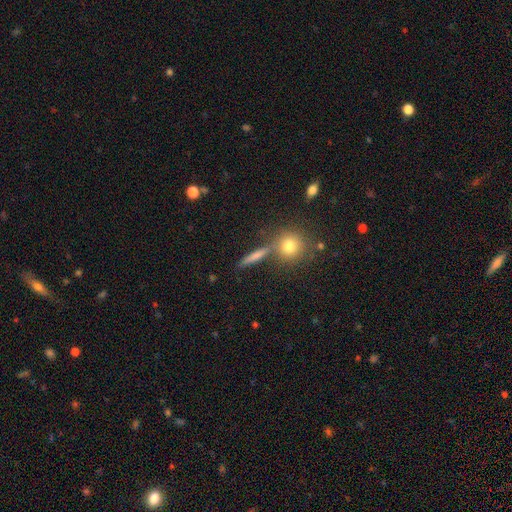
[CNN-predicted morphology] Smooth or featured? Predicted: smooth (p=0.65). How rounded? Predicted: cigar-shaped (p=0.68). Merging? Predicted: none (p=0.77).